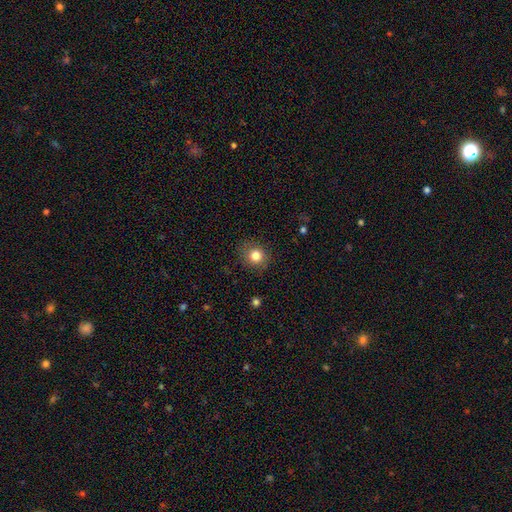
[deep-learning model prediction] Morphology: type=smooth (82%); roundness=round (87%); merging=none (85%).